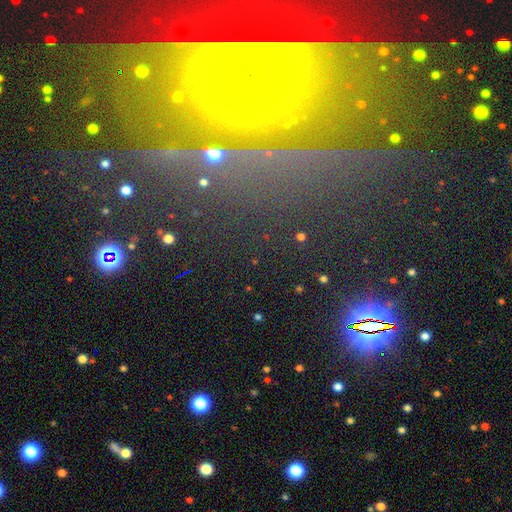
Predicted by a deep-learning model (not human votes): A star or artifact, not a galaxy (49%).

Vote fractions:
- Smooth or featured? star or artifact: 49% / featured or disk: 33% / smooth: 18%